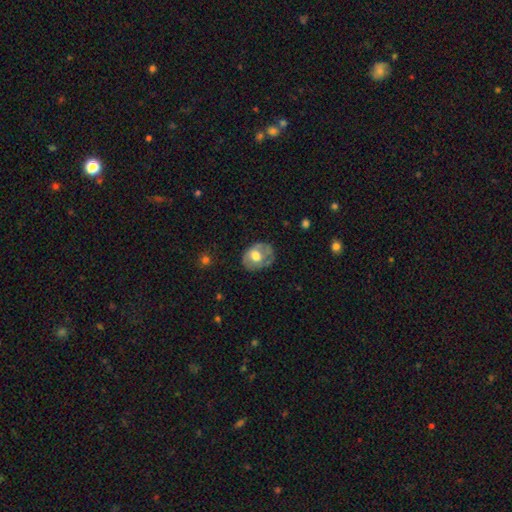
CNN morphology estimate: A smooth galaxy with no disk features (50%).

Vote fractions:
- Smooth or featured? smooth: 50% / featured or disk: 43% / star or artifact: 7%
- Merging? none: 56% / minor disturbance: 29% / major disturbance: 14% / merger: 2%